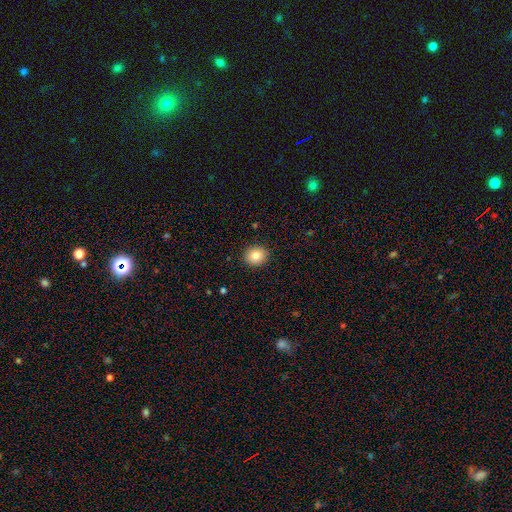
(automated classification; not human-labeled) smooth_or_featured: smooth (p=0.84) [alt: star or artifact p=0.09]
how_rounded: round (p=0.74) [alt: in between p=0.25]
merging: none (p=0.91) [alt: minor disturbance p=0.06]